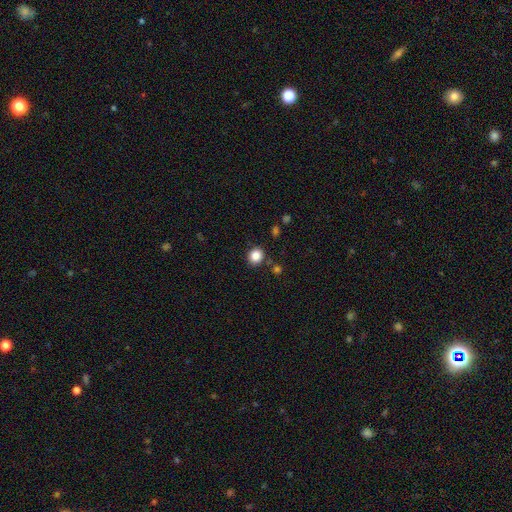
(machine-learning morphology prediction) Overall: smooth (85%). How rounded: round (74%). Merging: none (84%).